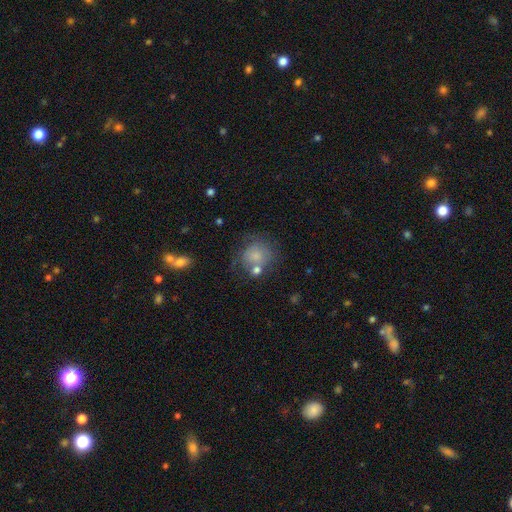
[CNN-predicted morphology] Q: Smooth or featured?
A: smooth (72%); runner-up: featured or disk (18%)
Q: How rounded?
A: round (78%); runner-up: in between (21%)
Q: Merging?
A: none (52%); runner-up: minor disturbance (20%)